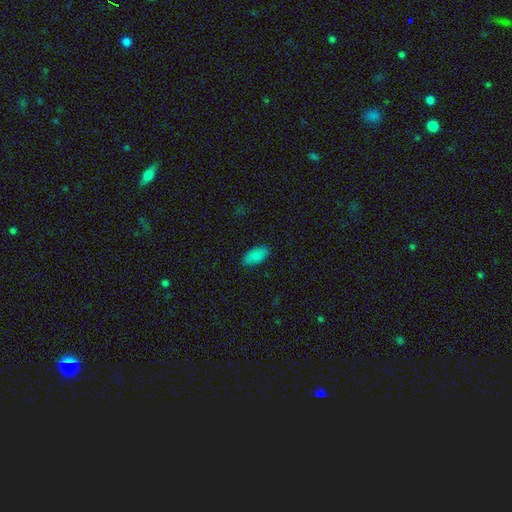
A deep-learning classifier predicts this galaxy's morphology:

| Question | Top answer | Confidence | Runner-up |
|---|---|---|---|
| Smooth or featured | smooth | 88% | star or artifact (8%) |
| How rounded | in between | 94% | cigar-shaped (4%) |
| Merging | none | 87% | minor disturbance (10%) |